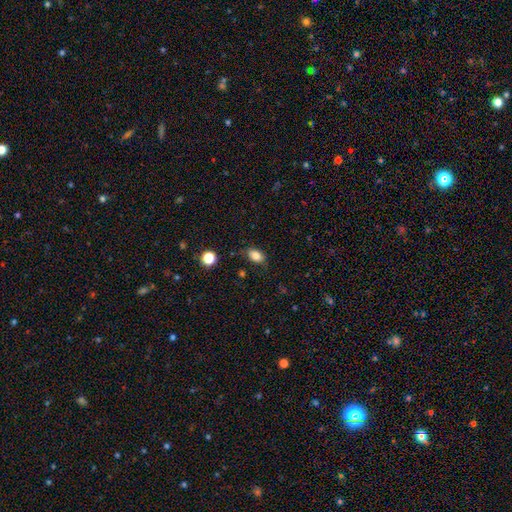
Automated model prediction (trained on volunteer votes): The model was most divided on "merging": none: 78%, minor disturbance: 16%, major disturbance: 4%, merger: 2%. More confident: smooth or featured — smooth (83%); how rounded — in between (82%).